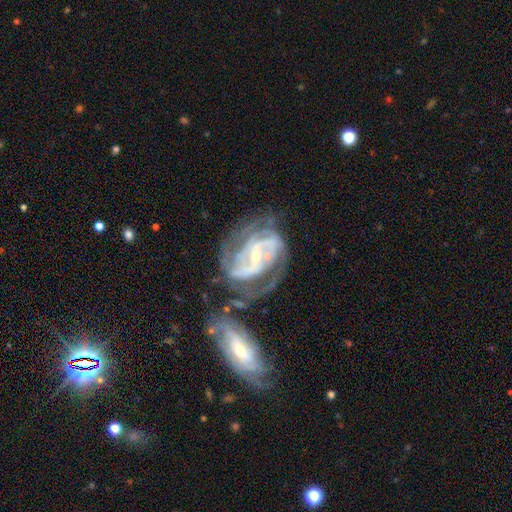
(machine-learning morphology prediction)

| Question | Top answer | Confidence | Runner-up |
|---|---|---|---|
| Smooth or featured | featured or disk | 89% | star or artifact (6%) |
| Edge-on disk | no | 97% | yes (3%) |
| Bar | weak | 38% | no (31%) |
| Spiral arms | yes | 96% | no (4%) |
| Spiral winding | tight | 45% | medium (42%) |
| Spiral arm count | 2 | 39% | 3 (21%) |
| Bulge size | small | 72% | moderate (23%) |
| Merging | none | 40% | merger (28%) |